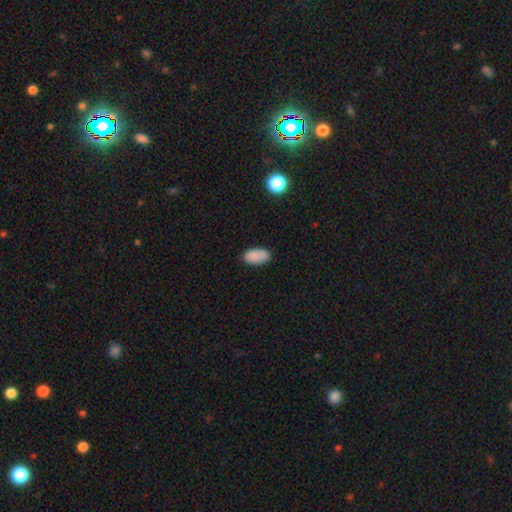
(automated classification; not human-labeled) The model was most divided on "merging": none: 80%, minor disturbance: 15%, major disturbance: 3%, merger: 2%. More confident: how rounded — in between (93%); smooth or featured — smooth (87%).